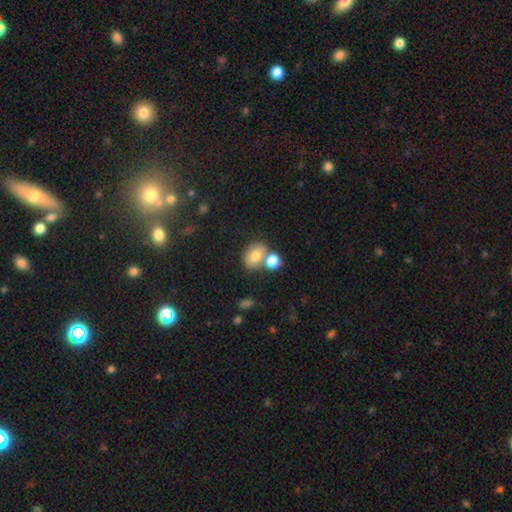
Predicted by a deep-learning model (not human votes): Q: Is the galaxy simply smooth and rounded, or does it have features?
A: smooth — 74%.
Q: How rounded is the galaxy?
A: in between — 55%.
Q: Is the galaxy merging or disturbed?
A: none — 44%.